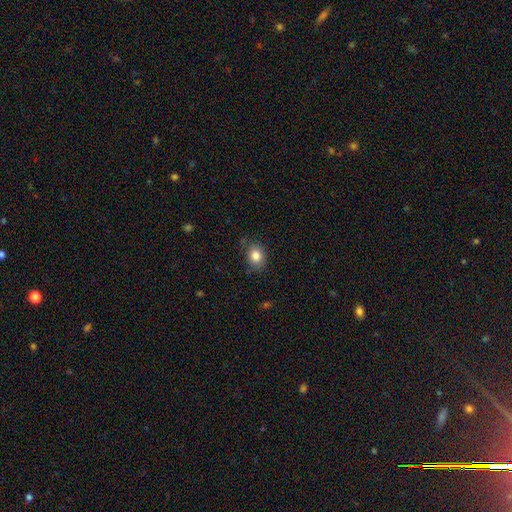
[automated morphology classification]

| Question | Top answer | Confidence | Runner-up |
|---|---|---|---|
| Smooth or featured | smooth | 85% | star or artifact (9%) |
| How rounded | round | 53% | in between (46%) |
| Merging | none | 77% | minor disturbance (17%) |